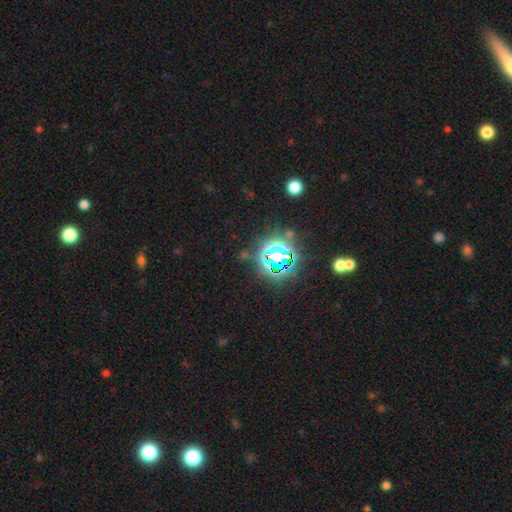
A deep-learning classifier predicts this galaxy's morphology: The model was most divided on "smooth or featured": star or artifact: 76%, smooth: 16%, featured or disk: 8%.